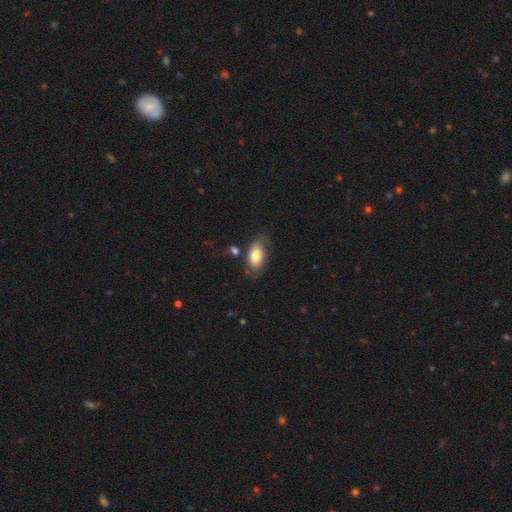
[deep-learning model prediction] Smooth or featured?
  - smooth: 73% *
  - featured or disk: 20%
  - star or artifact: 6%
How rounded?
  - in between: 91% *
  - round: 5%
  - cigar-shaped: 4%
Merging?
  - none: 63% *
  - minor disturbance: 21%
  - major disturbance: 9%
  - merger: 6%